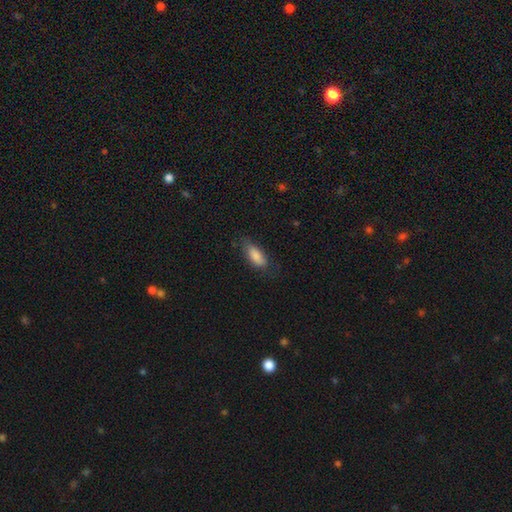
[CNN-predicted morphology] Smooth or featured? smooth (82%)
How rounded? in between (79%)
Merging? none (71%)